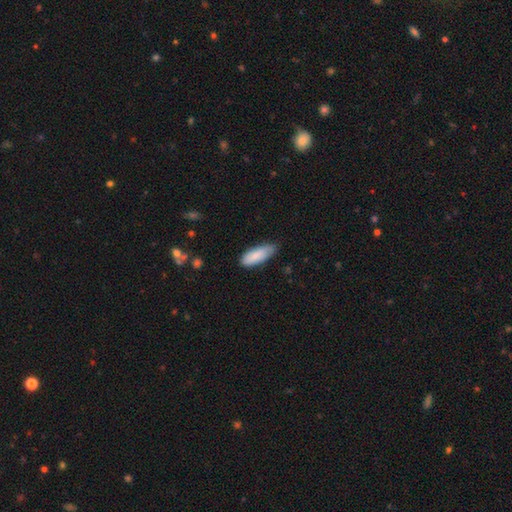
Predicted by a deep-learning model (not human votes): smooth_or_featured: smooth (p=0.84) [alt: featured or disk p=0.10]
how_rounded: in between (p=0.72) [alt: cigar-shaped p=0.26]
merging: none (p=0.68) [alt: minor disturbance p=0.27]